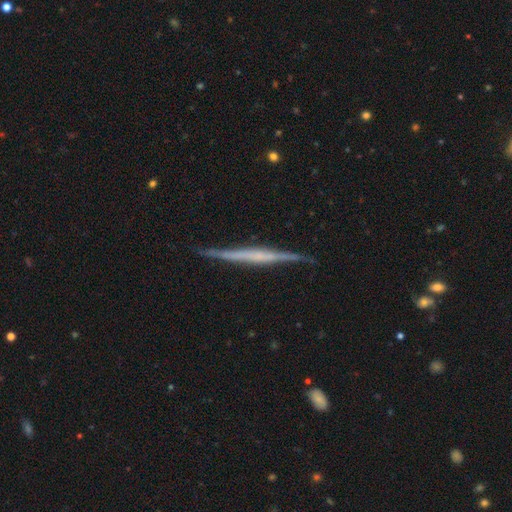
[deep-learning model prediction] Morphology: type=featured or disk (76%); edge-on=yes (98%); edge-on bulge=none (59%); merging=none (87%).